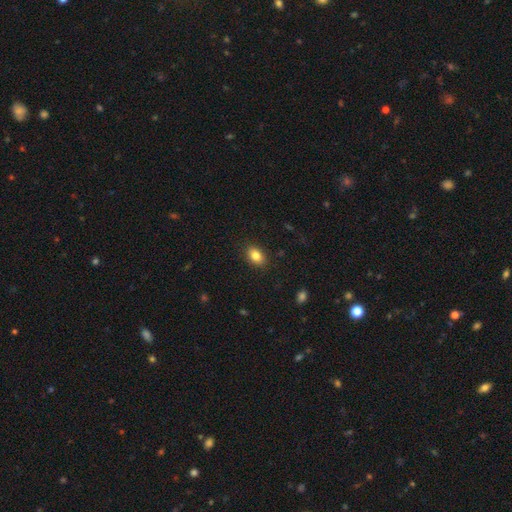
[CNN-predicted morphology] The model was most divided on "how rounded": in between: 78%, round: 21%, cigar-shaped: 1%. More confident: merging — none (88%); smooth or featured — smooth (83%).